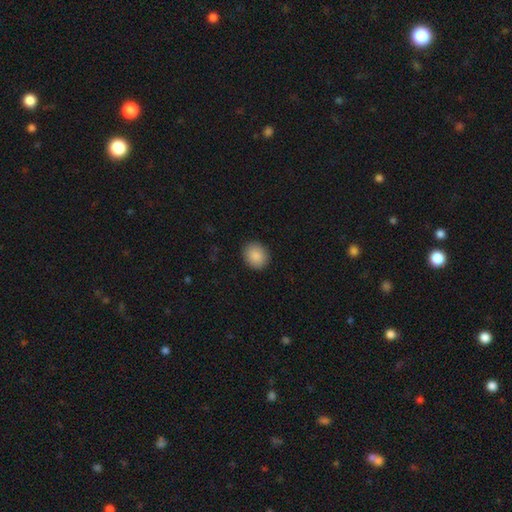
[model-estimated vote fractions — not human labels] smooth_or_featured: smooth (p=0.89) [alt: star or artifact p=0.07]
how_rounded: round (p=0.71) [alt: in between p=0.28]
merging: none (p=0.90) [alt: minor disturbance p=0.07]